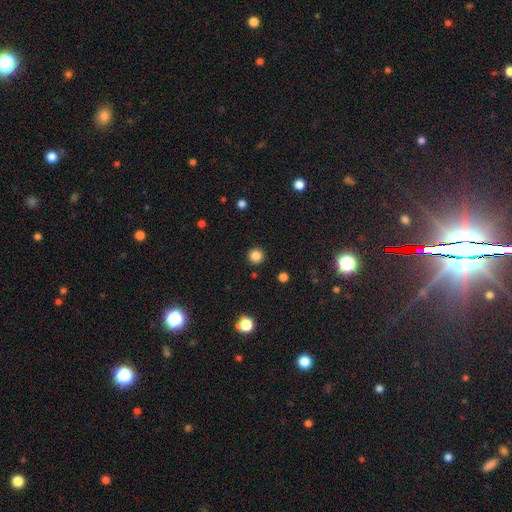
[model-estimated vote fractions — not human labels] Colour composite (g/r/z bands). It shows a smooth galaxy with no disk features (84%) that is round (96%). Merging: none (92%).